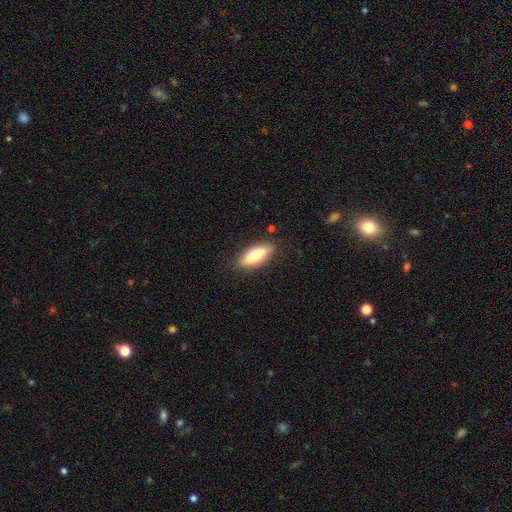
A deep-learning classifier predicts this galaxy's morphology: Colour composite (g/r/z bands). It shows a smooth galaxy with no disk features (71%) that is in between round and cigar-shaped (71%). Merging: none (86%).